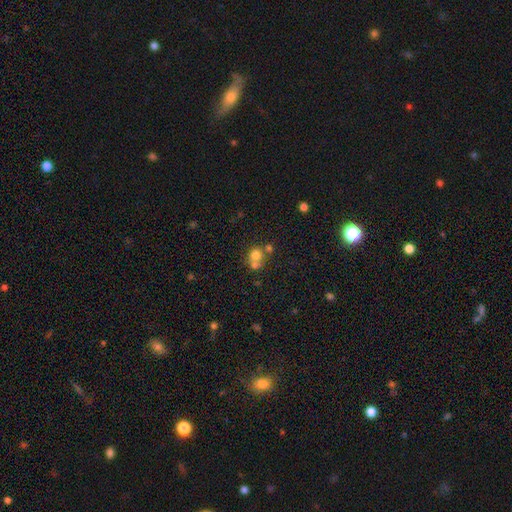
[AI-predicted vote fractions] smooth_or_featured: smooth (p=0.70) [alt: featured or disk p=0.15]
how_rounded: round (p=0.83) [alt: in between p=0.16]
merging: merger (p=0.48) [alt: none p=0.41]